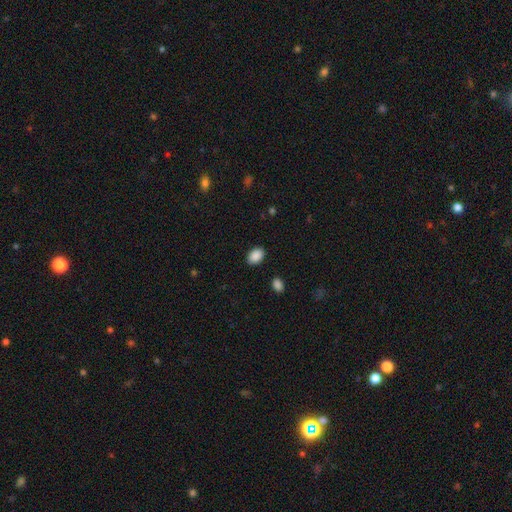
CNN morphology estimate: Smooth or featured? Predicted: smooth (p=0.89). How rounded? Predicted: in between (p=0.80). Merging? Predicted: none (p=0.88).